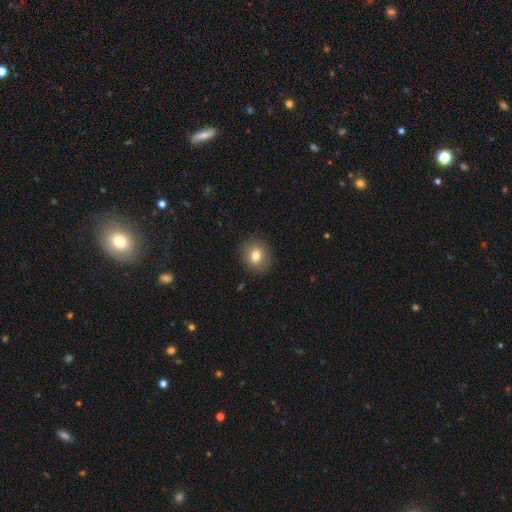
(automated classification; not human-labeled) Smooth or featured? smooth (79%)
How rounded? round (74%)
Merging? none (89%)